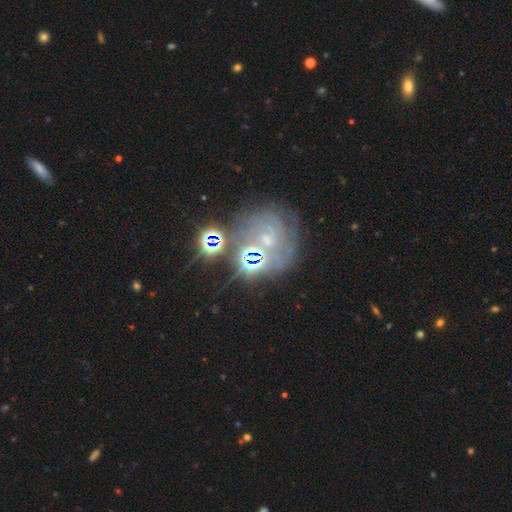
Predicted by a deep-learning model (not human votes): smooth-or-featured: featured or disk: 56% | star or artifact: 29% | smooth: 14%
  disk-edge-on: no: 97% | yes: 3%
    bar: no: 64% | weak: 27% | strong: 9%
    has-spiral-arms: yes: 85% | no: 15%
    bulge-size: small: 70% | moderate: 20% | none: 6% | large: 3% | dominant: 2%
  merging: none: 62% | minor disturbance: 16% | major disturbance: 11% | merger: 11%